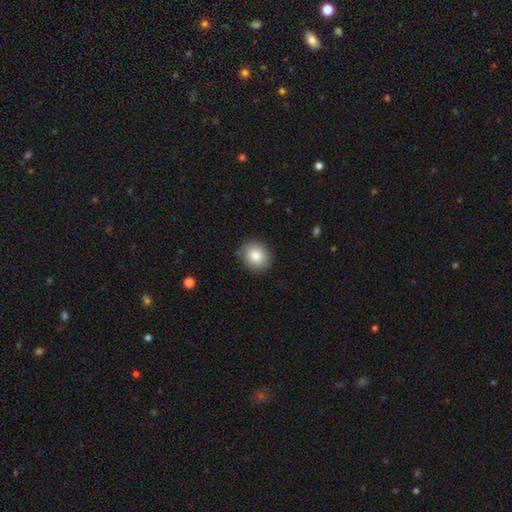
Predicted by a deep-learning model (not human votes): The model was most divided on "how rounded": round: 74%, in between: 26%, cigar-shaped: 1%. More confident: merging — none (88%); smooth or featured — smooth (85%).